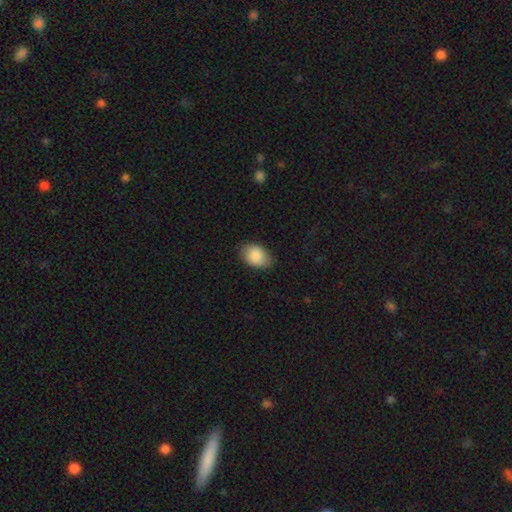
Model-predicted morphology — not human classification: Smooth or featured? smooth (88%)
How rounded? in between (84%)
Merging? none (82%)